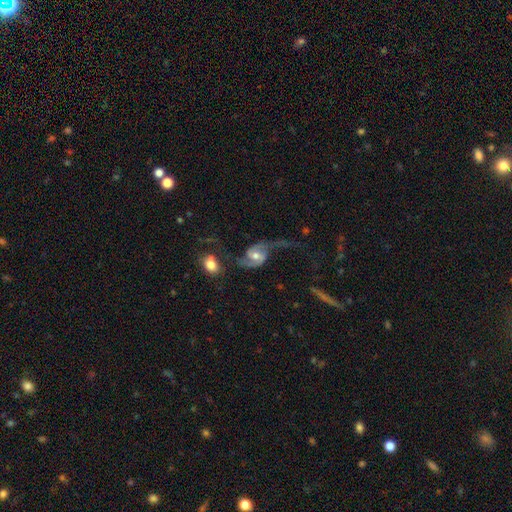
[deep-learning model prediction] featured or disk 87%, smooth 7%, star or artifact 5%. Down the decision tree: edge-on disk — no (97%); bar — weak (48%); spiral arms — yes (96%); spiral arm count — 2 (92%); spiral winding — loose (64%); bulge size — moderate (68%); merging — none (47%).